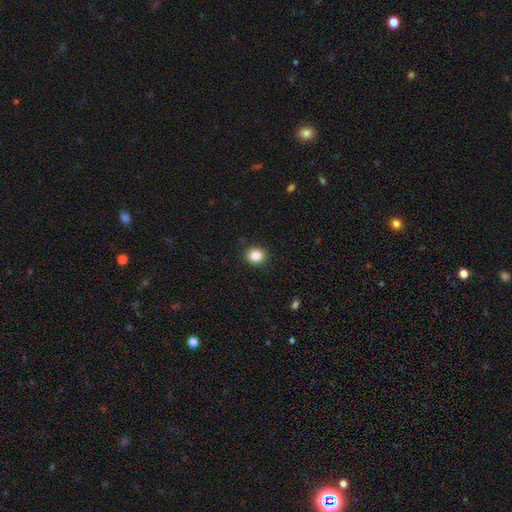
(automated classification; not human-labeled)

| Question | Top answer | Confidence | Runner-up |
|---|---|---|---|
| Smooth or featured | smooth | 84% | star or artifact (11%) |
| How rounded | round | 84% | in between (15%) |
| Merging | none | 91% | minor disturbance (6%) |